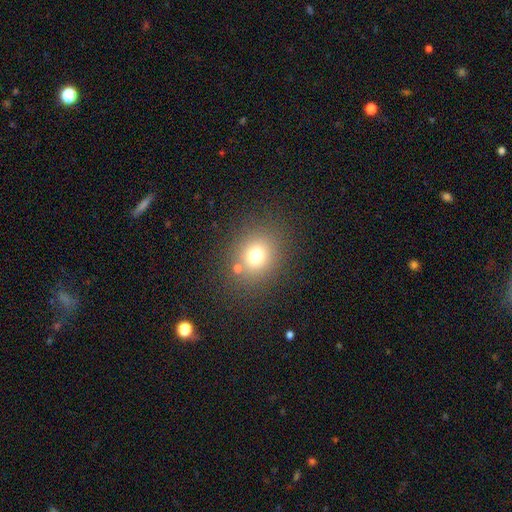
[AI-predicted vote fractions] Smooth or featured: smooth — 72% (star or artifact — 17%)
How rounded: round — 73% (in between — 26%)
Merging: none — 78% (minor disturbance — 9%)